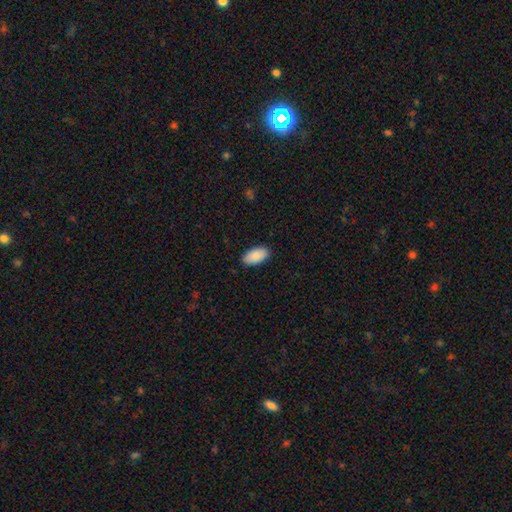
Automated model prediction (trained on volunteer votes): Smooth or featured? Predicted: smooth (p=0.90). How rounded? Predicted: in between (p=0.95). Merging? Predicted: none (p=0.89).